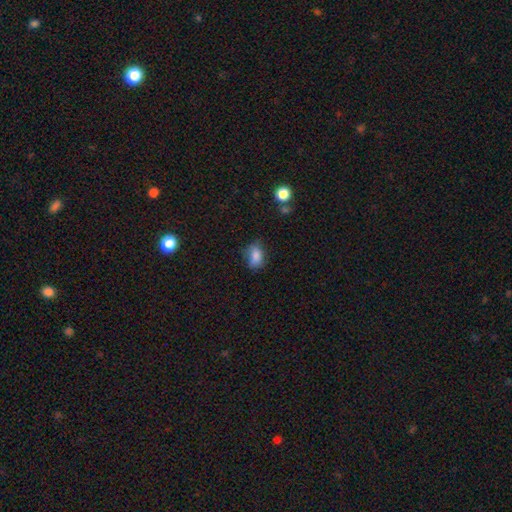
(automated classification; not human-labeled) Morphology: type=smooth (82%); roundness=in between (81%); merging=none (62%).